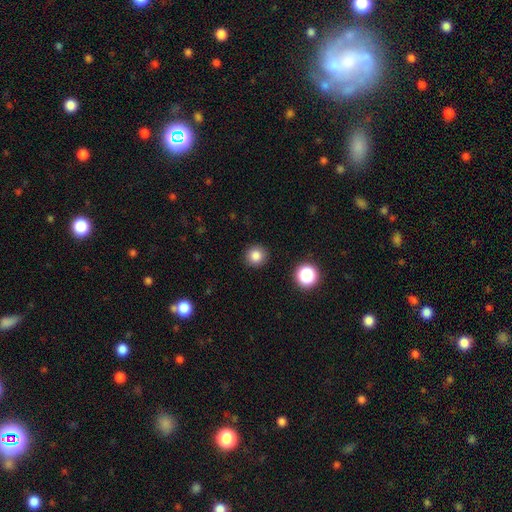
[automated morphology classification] Smooth or featured? Predicted: smooth (p=0.84). How rounded? Predicted: round (p=0.93). Merging? Predicted: none (p=0.91).